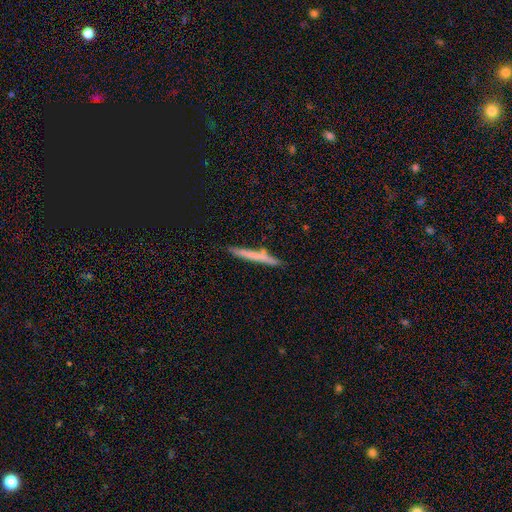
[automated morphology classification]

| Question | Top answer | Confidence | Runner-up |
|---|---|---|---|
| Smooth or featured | smooth | 61% | featured or disk (33%) |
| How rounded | cigar-shaped | 96% | in between (2%) |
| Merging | none | 82% | minor disturbance (12%) |